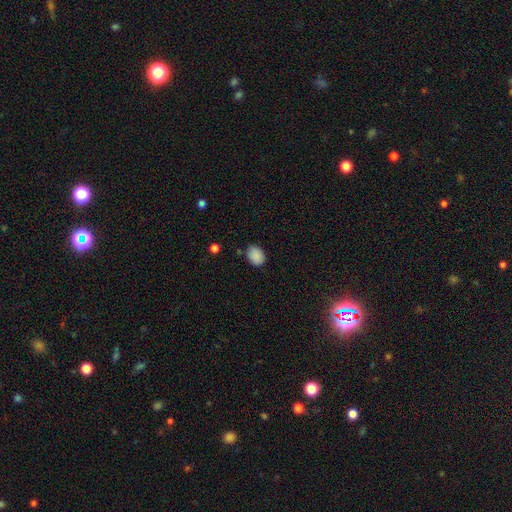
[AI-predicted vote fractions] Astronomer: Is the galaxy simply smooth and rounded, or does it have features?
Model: smooth — 88%.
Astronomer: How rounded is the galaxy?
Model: in between — 66%.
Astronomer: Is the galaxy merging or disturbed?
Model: none — 79%.